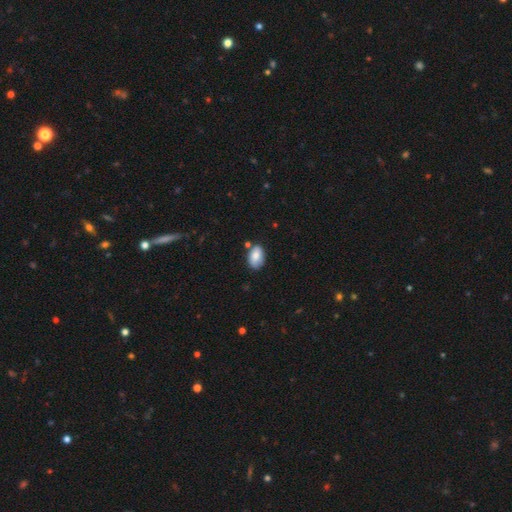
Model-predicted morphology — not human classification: smooth_or_featured: smooth (p=0.77) [alt: featured or disk p=0.15]
how_rounded: in between (p=0.87) [alt: round p=0.11]
merging: none (p=0.69) [alt: minor disturbance p=0.21]